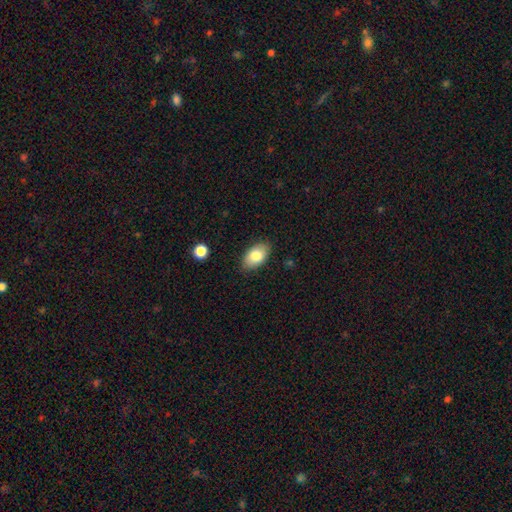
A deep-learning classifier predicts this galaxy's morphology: This is clearly a smooth galaxy (81%). How rounded: clearly in between (92%). Merging: clearly none (85%).